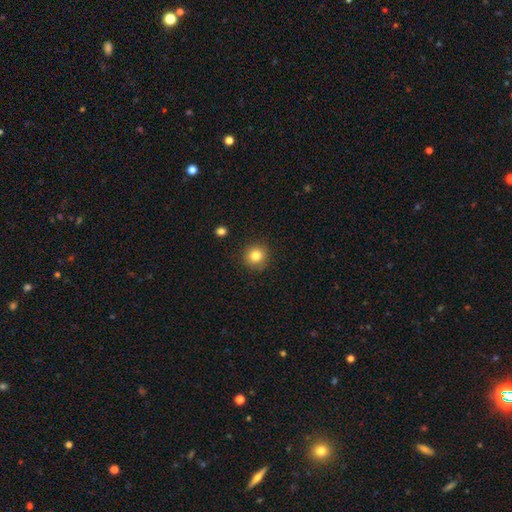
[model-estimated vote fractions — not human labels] Overall: smooth (83%). How rounded: round (93%). Merging: none (90%).